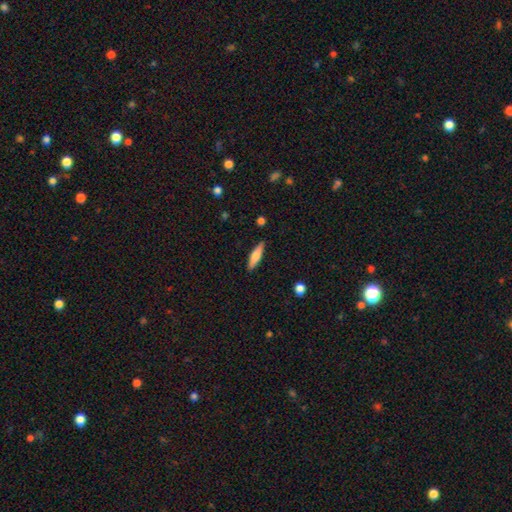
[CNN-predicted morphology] A smooth galaxy with no disk features (68%) that is cigar-shaped (74%). Merging: none (88%).